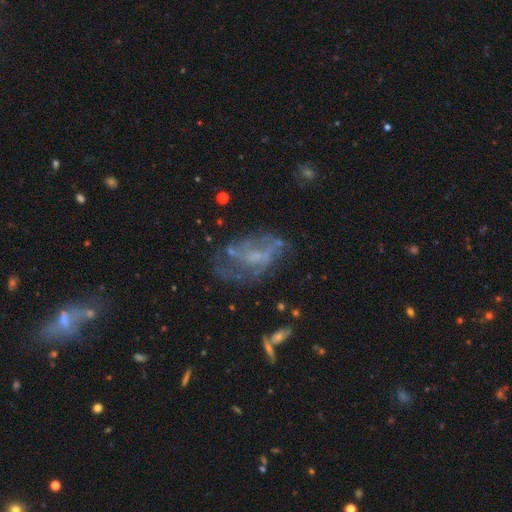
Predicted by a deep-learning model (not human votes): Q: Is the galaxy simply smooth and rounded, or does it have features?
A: featured or disk — 64%.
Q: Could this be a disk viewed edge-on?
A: no — 96%.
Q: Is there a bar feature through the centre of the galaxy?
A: no — 62%.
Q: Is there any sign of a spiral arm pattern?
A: no — 52%.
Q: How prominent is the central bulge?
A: none — 42%.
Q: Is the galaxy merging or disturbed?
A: none — 45%.